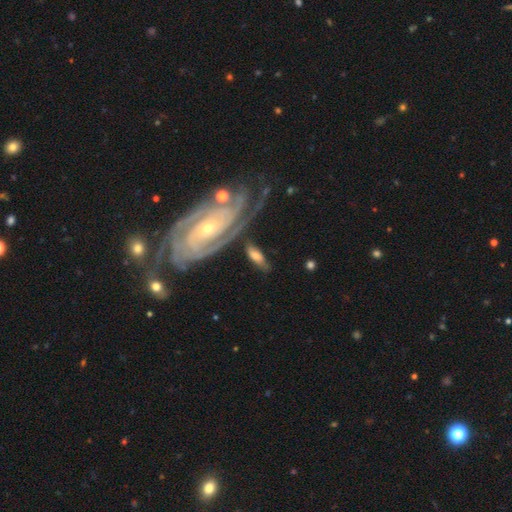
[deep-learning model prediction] Smooth or featured? Predicted: featured or disk (p=0.48). Merging? Predicted: none (p=0.63).